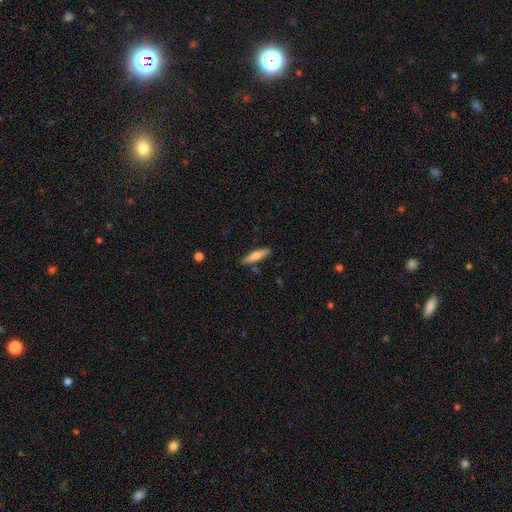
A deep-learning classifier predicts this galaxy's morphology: Q: Smooth or featured?
A: smooth (66%); runner-up: featured or disk (28%)
Q: How rounded?
A: cigar-shaped (78%); runner-up: in between (20%)
Q: Merging?
A: none (82%); runner-up: minor disturbance (12%)